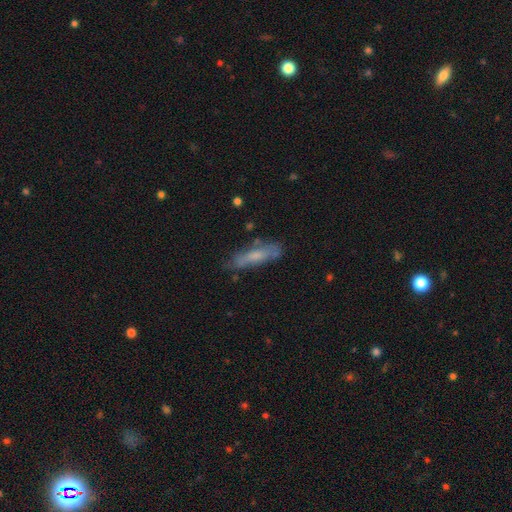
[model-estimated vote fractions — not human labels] Smooth or featured: smooth — 55% (featured or disk — 37%)
How rounded: cigar-shaped — 68% (in between — 30%)
Merging: none — 69% (minor disturbance — 21%)